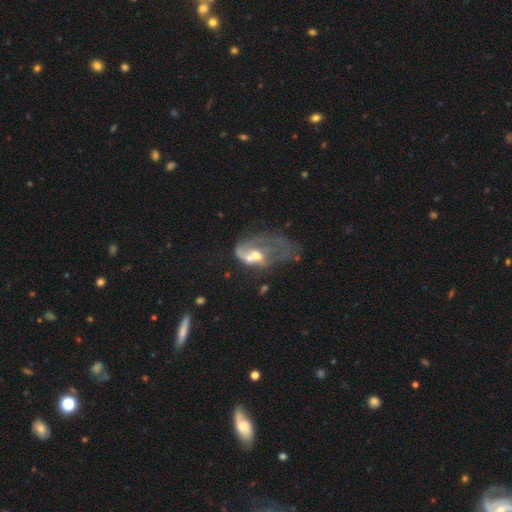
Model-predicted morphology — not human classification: Smooth or featured? Predicted: featured or disk (p=0.62). Edge-on disk? Predicted: no (p=0.96). Bar? Predicted: no (p=0.74). Spiral arms? Predicted: no (p=0.56). Bulge size? Predicted: moderate (p=0.62). Merging? Predicted: major disturbance (p=0.41).